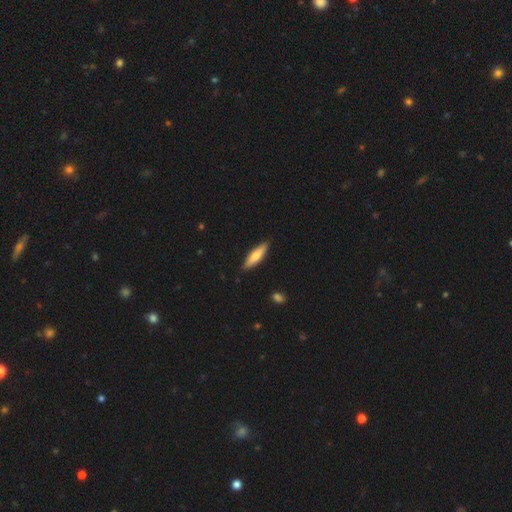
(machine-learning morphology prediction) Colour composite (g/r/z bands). It shows a smooth galaxy with no disk features (67%) that is cigar-shaped (70%). Merging: none (88%).